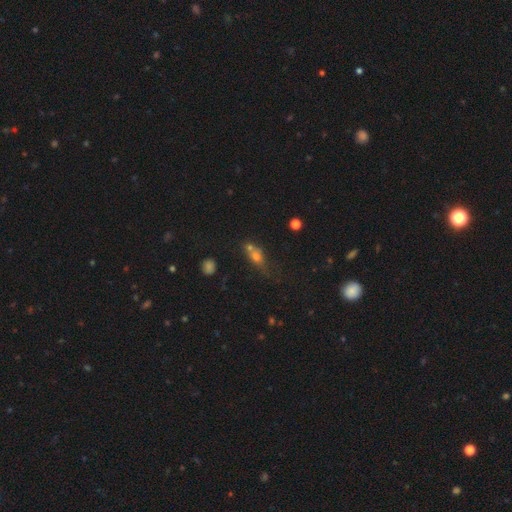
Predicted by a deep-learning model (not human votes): A smooth galaxy with no disk features (59%) that is in between round and cigar-shaped (47%).

Vote fractions:
- Smooth or featured? smooth: 59% / star or artifact: 21% / featured or disk: 20%
- How rounded? in between: 47% / round: 38% / cigar-shaped: 15%
- Merging? merger: 38% / none: 37% / minor disturbance: 15% / major disturbance: 9%